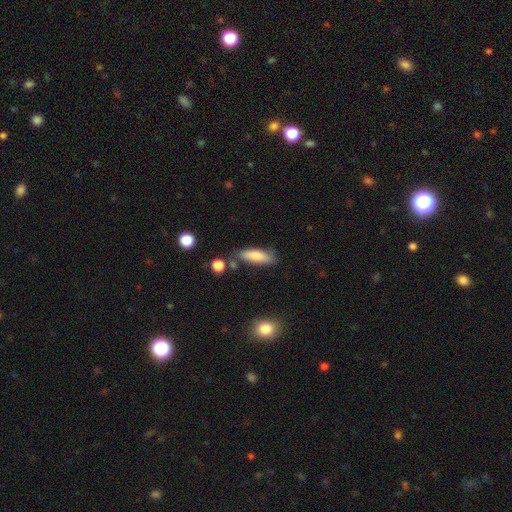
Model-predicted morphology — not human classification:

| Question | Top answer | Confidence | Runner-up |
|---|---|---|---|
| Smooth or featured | smooth | 79% | featured or disk (14%) |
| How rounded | in between | 51% | cigar-shaped (47%) |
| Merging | none | 74% | minor disturbance (15%) |